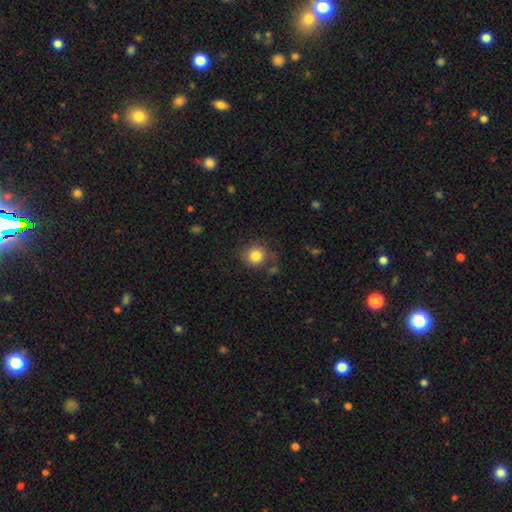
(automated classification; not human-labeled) smooth_or_featured: smooth (p=0.83) [alt: star or artifact p=0.10]
how_rounded: round (p=0.89) [alt: in between p=0.10]
merging: none (p=0.76) [alt: minor disturbance p=0.14]